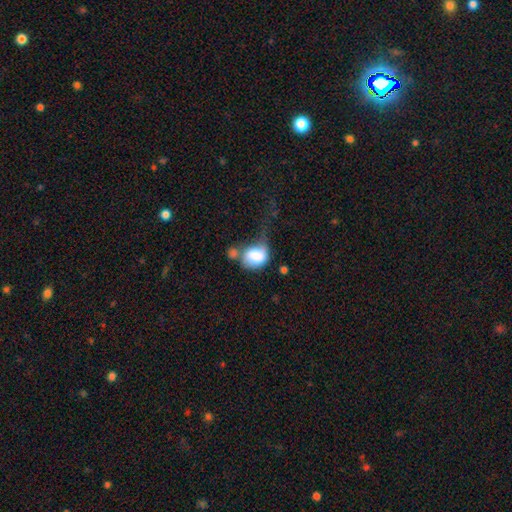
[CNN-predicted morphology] Smooth or featured: smooth — 79% (featured or disk — 14%)
How rounded: in between — 61% (round — 37%)
Merging: major disturbance — 32% (merger — 27%)